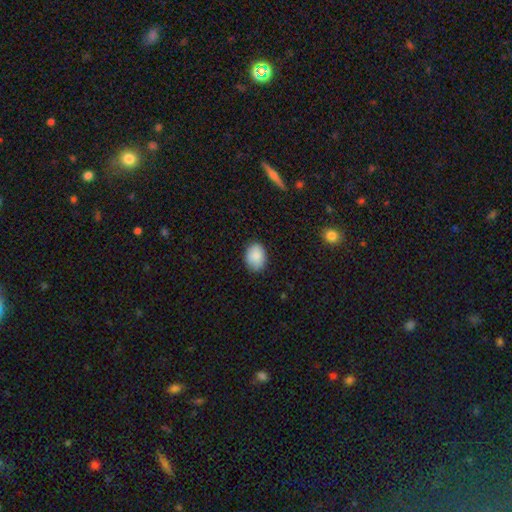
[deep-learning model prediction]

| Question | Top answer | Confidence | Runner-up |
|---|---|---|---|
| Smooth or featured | smooth | 88% | star or artifact (7%) |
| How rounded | in between | 72% | round (27%) |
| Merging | none | 85% | minor disturbance (12%) |